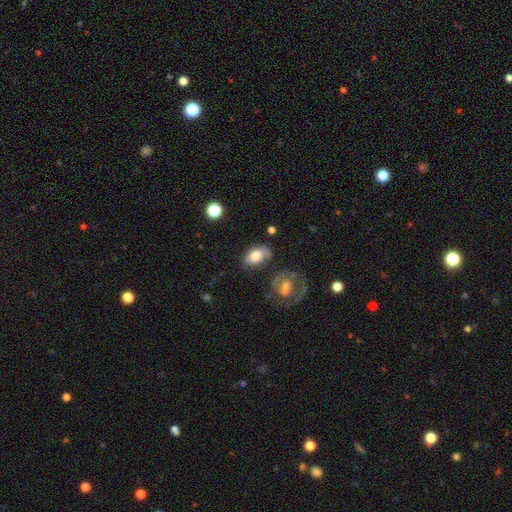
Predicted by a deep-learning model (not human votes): Q: Smooth or featured?
A: smooth (76%); runner-up: featured or disk (16%)
Q: How rounded?
A: in between (89%); runner-up: round (8%)
Q: Merging?
A: none (58%); runner-up: minor disturbance (26%)